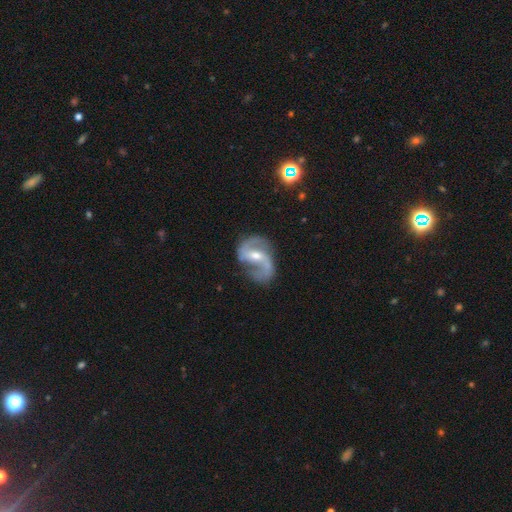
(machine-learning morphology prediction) Smooth or featured?
  - featured or disk: 89% *
  - smooth: 5%
  - star or artifact: 5%
Edge-on disk?
  - no: 97% *
  - yes: 3%
Bar?
  - weak: 43% *
  - strong: 35%
  - no: 23%
Spiral arms?
  - yes: 96% *
  - no: 4%
Spiral winding?
  - medium: 46% *
  - loose: 42%
  - tight: 12%
Spiral arm count?
  - 2: 90% *
  - 1: 4%
  - can't tell: 3%
  - 3: 1%
  - 4: 1%
  - more than 4: 1%
Bulge size?
  - moderate: 53% *
  - small: 43%
  - large: 2%
  - none: 2%
  - dominant: 1%
Merging?
  - none: 66% *
  - minor disturbance: 20%
  - major disturbance: 12%
  - merger: 3%